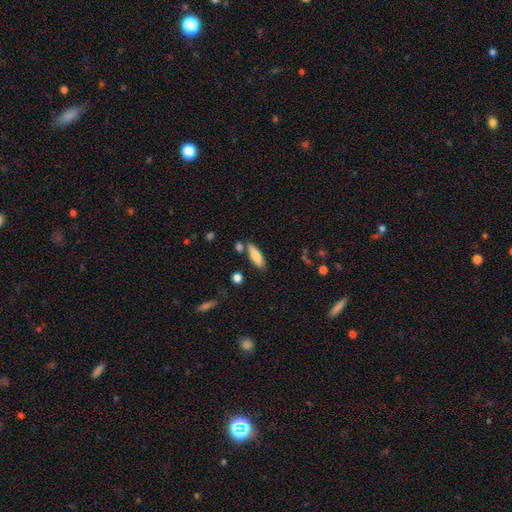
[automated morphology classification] A smooth galaxy with no disk features (78%) that is in between round and cigar-shaped (56%).

Vote fractions:
- Smooth or featured? smooth: 78% / featured or disk: 15% / star or artifact: 6%
- How rounded? in between: 56% / cigar-shaped: 42% / round: 2%
- Merging? none: 75% / minor disturbance: 13% / merger: 9% / major disturbance: 3%